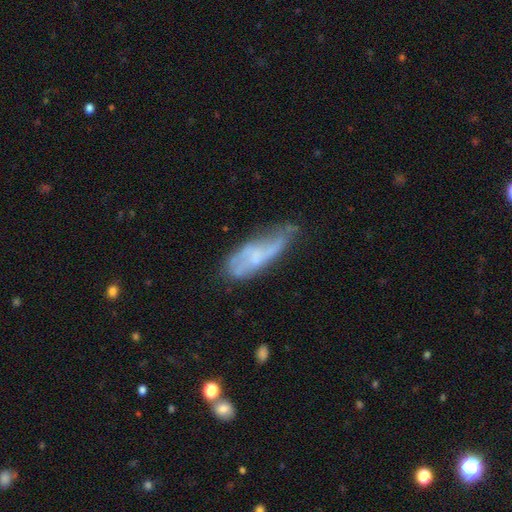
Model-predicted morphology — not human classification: A featured or disk galaxy (51%).

Vote fractions:
- Smooth or featured? featured or disk: 51% / smooth: 40% / star or artifact: 9%
- Edge-on disk? no: 82% / yes: 18%
- Merging? none: 40% / minor disturbance: 35% / major disturbance: 20% / merger: 5%